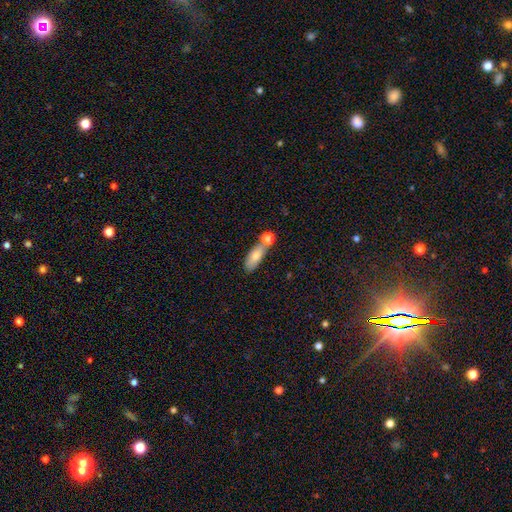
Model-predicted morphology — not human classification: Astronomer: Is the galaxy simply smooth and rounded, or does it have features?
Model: smooth — 73%.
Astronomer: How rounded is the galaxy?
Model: in between — 70%.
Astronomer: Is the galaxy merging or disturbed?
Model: none — 54%.